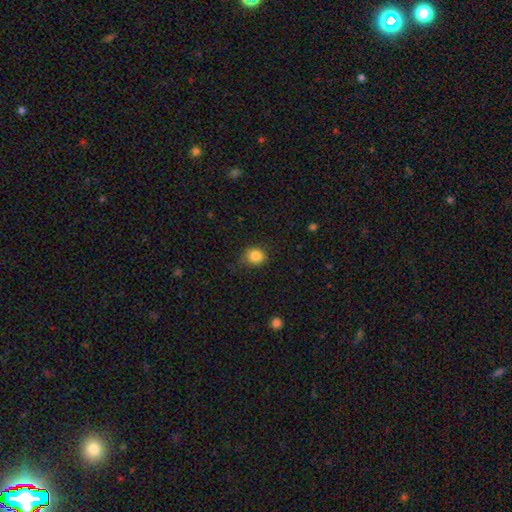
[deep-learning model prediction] Morphology: type=smooth (85%); roundness=round (76%); merging=none (76%).